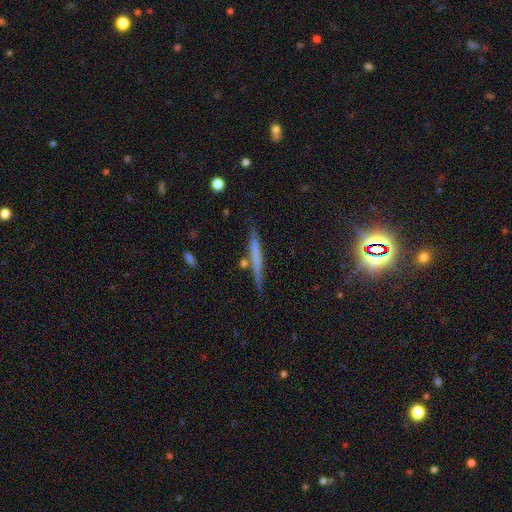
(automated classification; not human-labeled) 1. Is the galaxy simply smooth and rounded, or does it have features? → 48% smooth, 43% featured or disk, 10% star or artifact.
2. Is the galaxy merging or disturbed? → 82% none, 11% minor disturbance, 4% merger, 2% major disturbance.